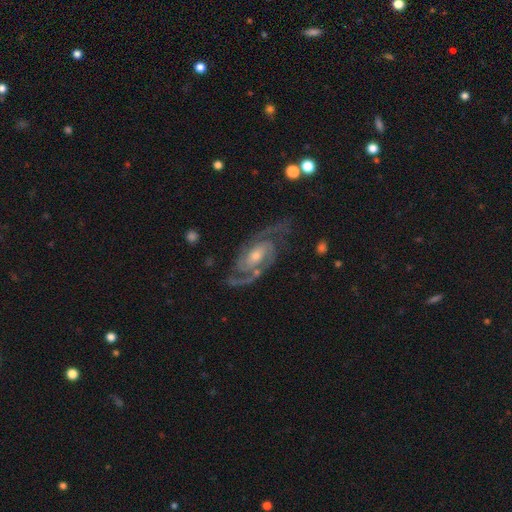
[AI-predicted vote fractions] Q: Smooth or featured?
A: featured or disk (92%); runner-up: star or artifact (4%)
Q: Edge-on disk?
A: no (97%); runner-up: yes (3%)
Q: Bar?
A: no (50%); runner-up: weak (37%)
Q: Spiral arms?
A: yes (98%); runner-up: no (2%)
Q: Spiral winding?
A: medium (49%); runner-up: tight (41%)
Q: Spiral arm count?
A: 2 (86%); runner-up: 3 (6%)
Q: Bulge size?
A: moderate (51%); runner-up: small (43%)
Q: Merging?
A: none (76%); runner-up: minor disturbance (15%)